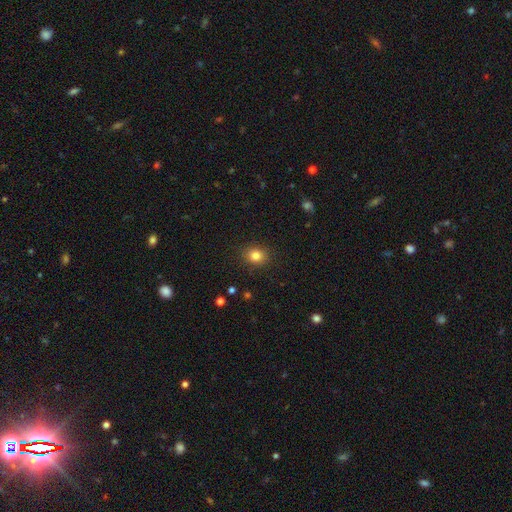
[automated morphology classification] A smooth galaxy with no disk features (83%) that is round (67%). Merging: none (89%).